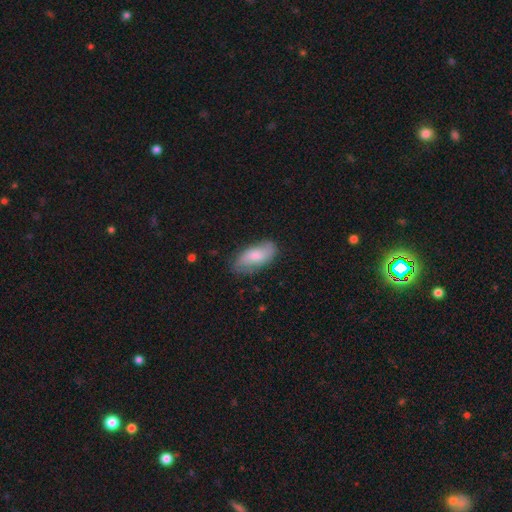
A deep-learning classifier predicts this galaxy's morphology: This appears to be a smooth galaxy with no disk features (64%) that is in between round and cigar-shaped (89%). Merging: none (74%).